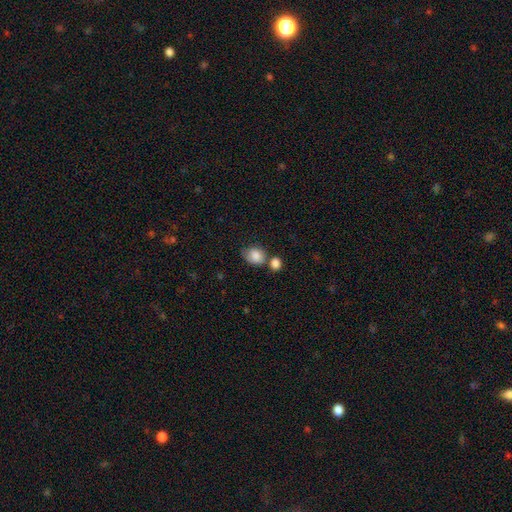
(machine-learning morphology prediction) type=smooth (85%); roundness=round (56%); merging=none (47%).